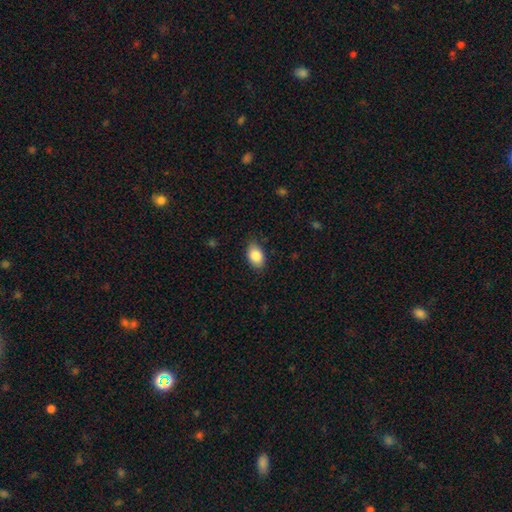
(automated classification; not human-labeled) A smooth galaxy with no disk features (86%) that is in between round and cigar-shaped (88%). Merging: none (81%).